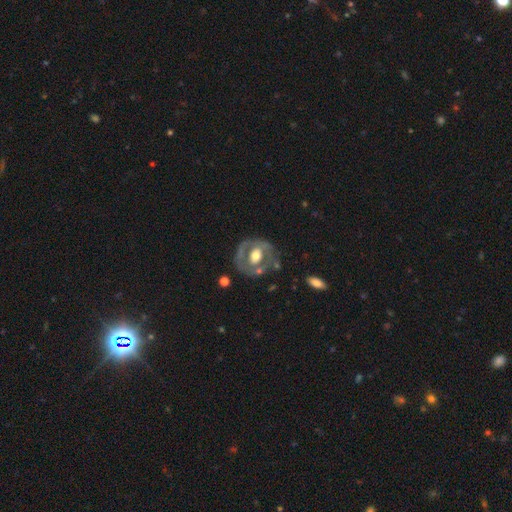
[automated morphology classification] Smooth or featured: featured or disk — 65% (smooth — 29%)
Edge-on disk: no — 95% (yes — 5%)
Bar: no — 63% (weak — 25%)
Spiral arms: no — 72% (yes — 28%)
Bulge size: moderate — 63% (large — 26%)
Merging: none — 65% (minor disturbance — 19%)